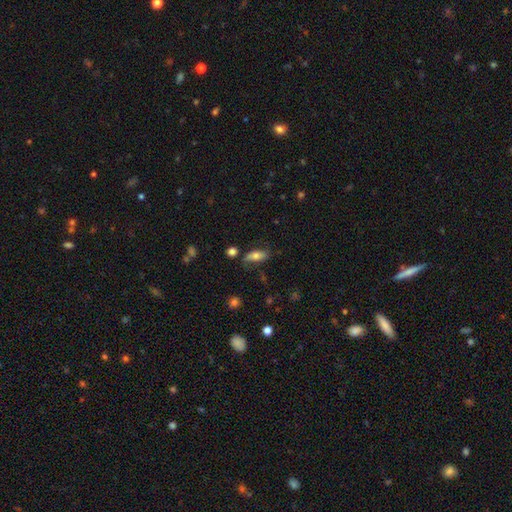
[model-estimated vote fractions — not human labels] Q: Smooth or featured?
A: smooth (68%); runner-up: featured or disk (24%)
Q: How rounded?
A: in between (80%); runner-up: cigar-shaped (17%)
Q: Merging?
A: none (64%); runner-up: minor disturbance (24%)